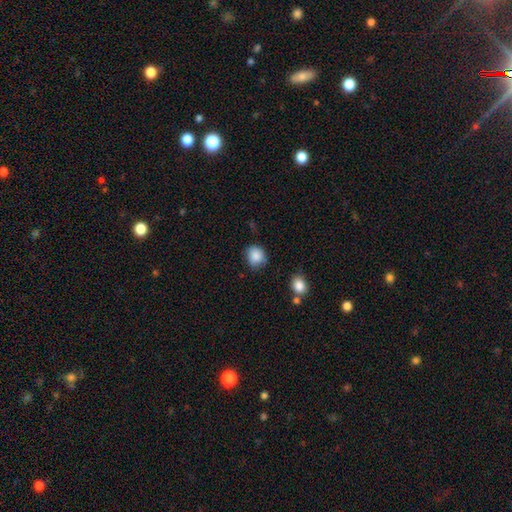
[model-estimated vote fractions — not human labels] A smooth galaxy with no disk features (87%) that is round (74%). Merging: none (71%).